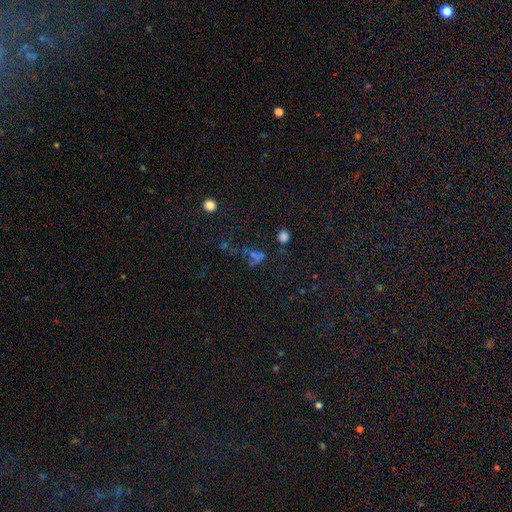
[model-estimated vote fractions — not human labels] smooth-or-featured: star or artifact: 52% | smooth: 29% | featured or disk: 19%